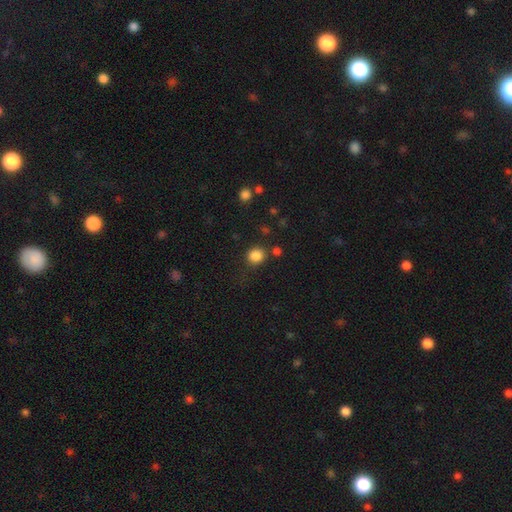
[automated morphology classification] smooth_or_featured: smooth (p=0.85) [alt: star or artifact p=0.11]
how_rounded: round (p=0.86) [alt: in between p=0.13]
merging: none (p=0.79) [alt: minor disturbance p=0.10]